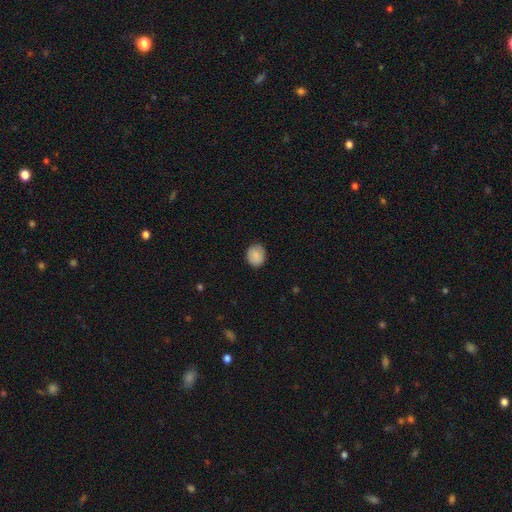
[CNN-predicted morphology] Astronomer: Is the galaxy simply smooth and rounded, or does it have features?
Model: smooth — 85%.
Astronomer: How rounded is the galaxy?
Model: round — 70%.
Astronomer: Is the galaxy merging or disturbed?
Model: none — 81%.